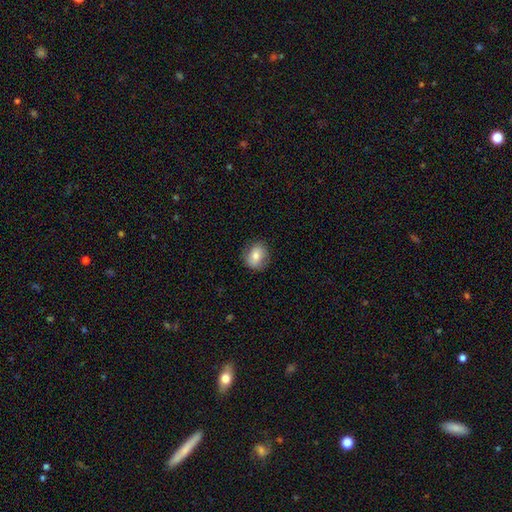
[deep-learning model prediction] This appears to be a smooth galaxy with no disk features (75%) that is round (58%). Merging: none (81%).